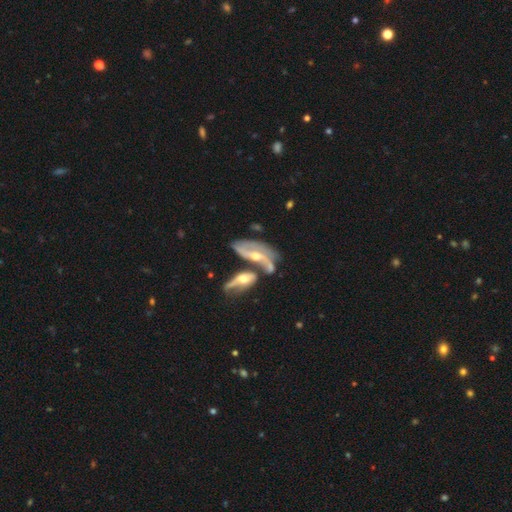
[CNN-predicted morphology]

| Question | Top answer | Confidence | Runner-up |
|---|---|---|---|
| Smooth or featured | featured or disk | 78% | smooth (15%) |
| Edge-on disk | no | 83% | yes (17%) |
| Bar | no | 48% | weak (33%) |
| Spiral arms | yes | 84% | no (16%) |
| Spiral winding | medium | 38% | tied: loose (38%) |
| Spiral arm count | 2 | 63% | can't tell (20%) |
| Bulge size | moderate | 56% | small (39%) |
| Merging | merger | 50% | none (28%) |